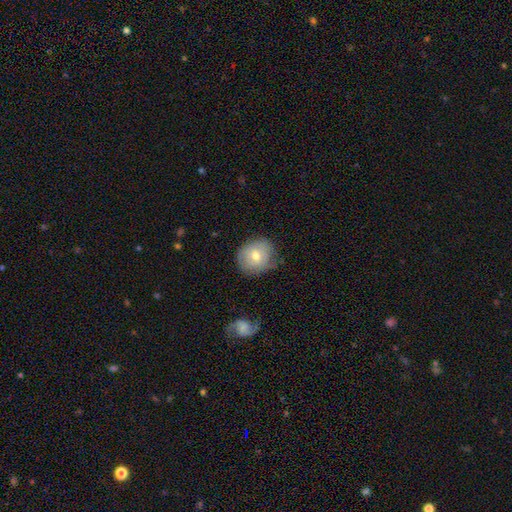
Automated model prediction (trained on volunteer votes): smooth_or_featured: smooth (p=0.64) [alt: featured or disk p=0.27]
how_rounded: round (p=0.78) [alt: in between p=0.21]
merging: none (p=0.71) [alt: minor disturbance p=0.22]